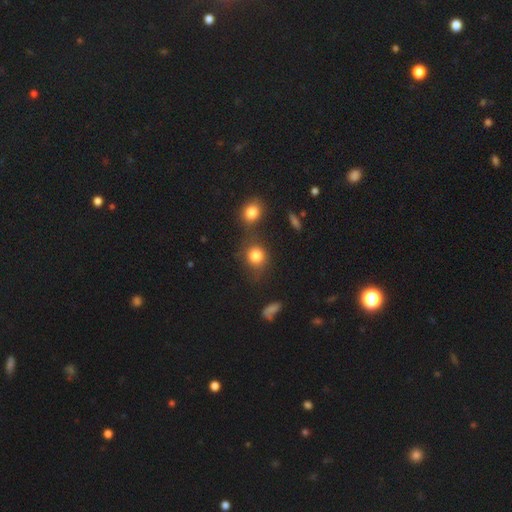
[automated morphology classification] A smooth galaxy with no disk features (81%) that is round (78%). Merging: none (61%).